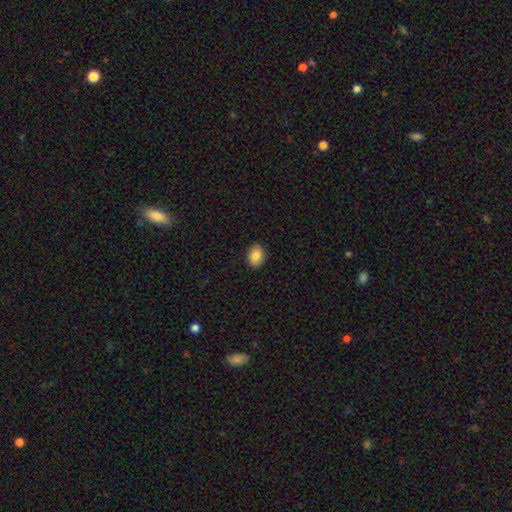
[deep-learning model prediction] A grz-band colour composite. It shows a smooth galaxy with no disk features (86%) that is in between round and cigar-shaped (71%). Merging: none (89%).